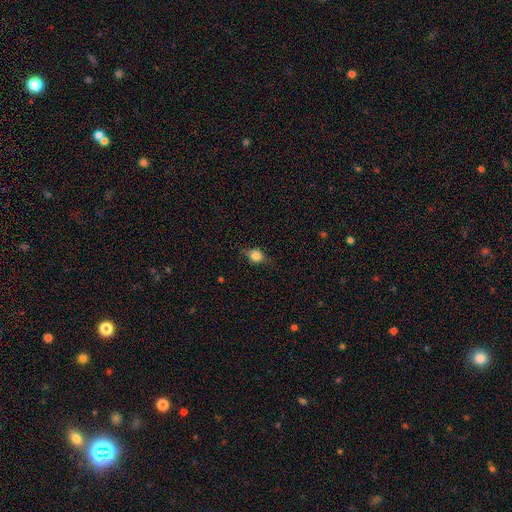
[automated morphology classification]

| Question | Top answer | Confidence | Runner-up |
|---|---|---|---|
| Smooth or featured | smooth | 77% | featured or disk (13%) |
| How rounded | round | 54% | in between (43%) |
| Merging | none | 74% | minor disturbance (20%) |